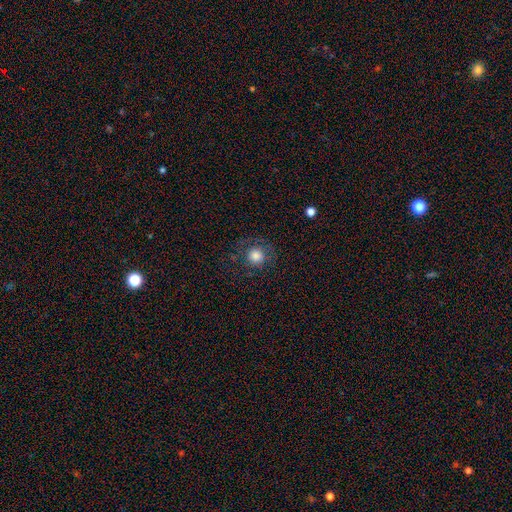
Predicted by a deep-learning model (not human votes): Smooth or featured? smooth (77%)
How rounded? round (92%)
Merging? none (74%)